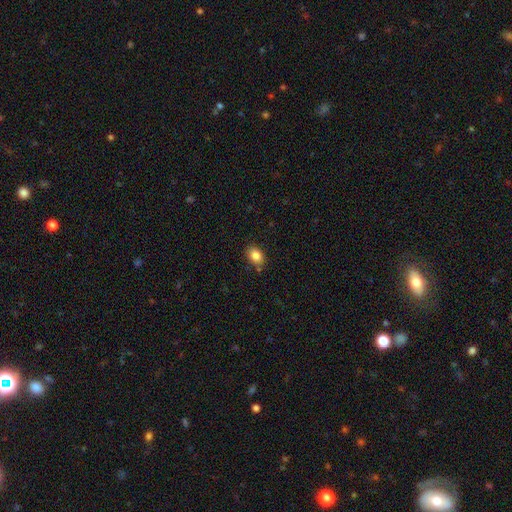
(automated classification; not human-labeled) A smooth galaxy with no disk features (85%) that is in between round and cigar-shaped (75%).

Vote fractions:
- Smooth or featured? smooth: 85% / star or artifact: 9% / featured or disk: 7%
- How rounded? in between: 75% / round: 24% / cigar-shaped: 1%
- Merging? none: 82% / minor disturbance: 12% / merger: 3% / major disturbance: 3%